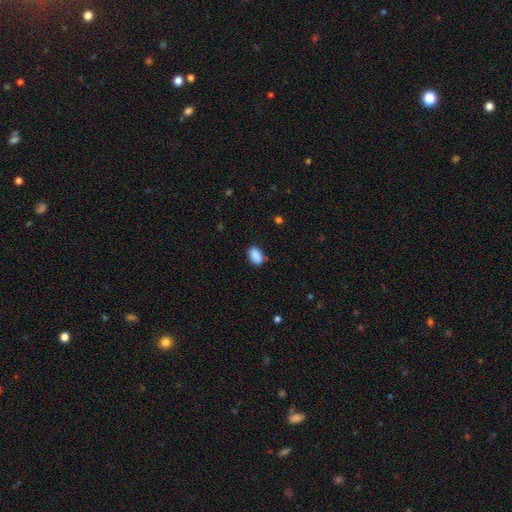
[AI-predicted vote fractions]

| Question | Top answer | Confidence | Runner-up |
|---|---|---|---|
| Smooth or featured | smooth | 89% | star or artifact (7%) |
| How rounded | in between | 89% | round (10%) |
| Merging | none | 79% | minor disturbance (16%) |